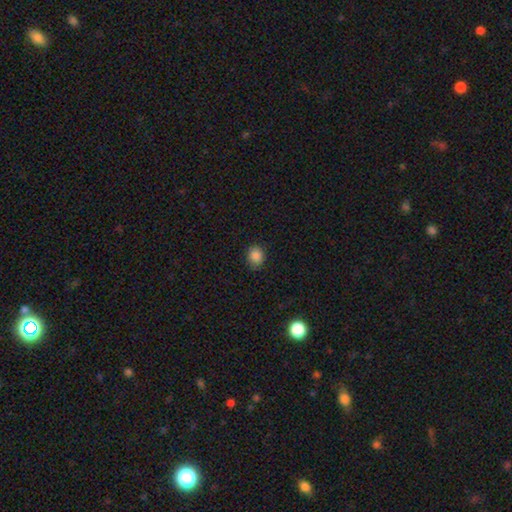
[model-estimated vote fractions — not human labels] Morphology: type=smooth (86%); roundness=round (61%); merging=none (85%).